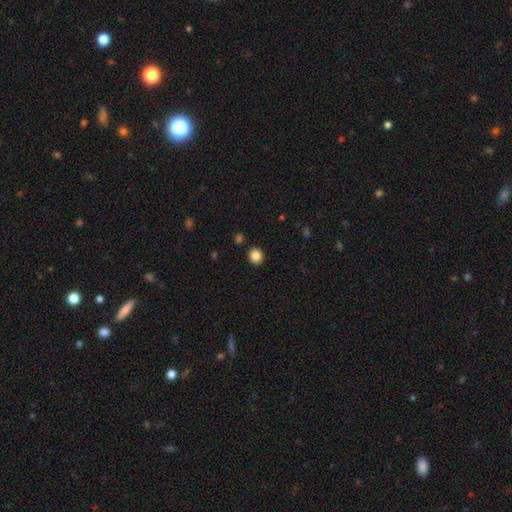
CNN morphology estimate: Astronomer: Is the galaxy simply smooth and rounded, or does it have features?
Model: smooth — 85%.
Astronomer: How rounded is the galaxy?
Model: round — 87%.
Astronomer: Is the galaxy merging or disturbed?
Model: none — 91%.